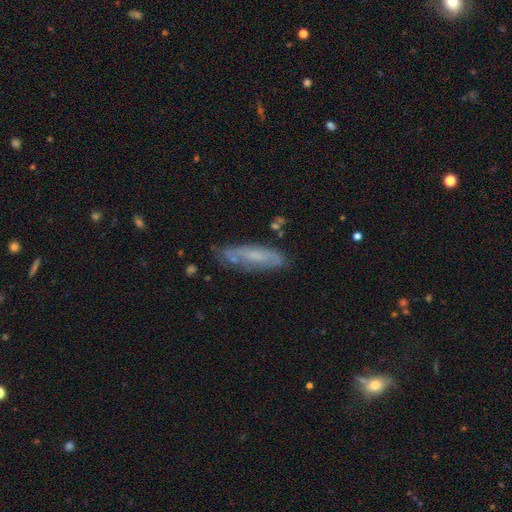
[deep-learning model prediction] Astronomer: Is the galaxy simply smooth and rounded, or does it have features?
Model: smooth — 46% (runner-up: featured or disk, 45%).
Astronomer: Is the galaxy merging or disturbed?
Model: none — 72%.